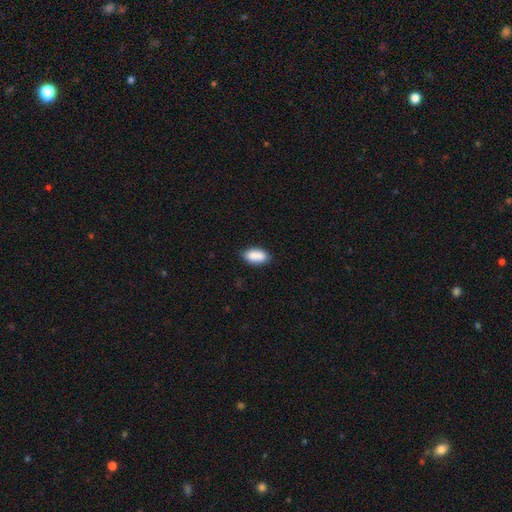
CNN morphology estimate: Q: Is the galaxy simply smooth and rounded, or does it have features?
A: smooth — 87%.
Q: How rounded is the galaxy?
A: in between — 91%.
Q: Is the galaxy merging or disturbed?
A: none — 78%.